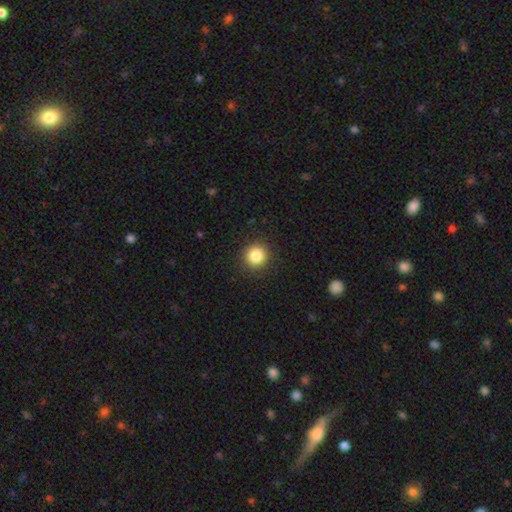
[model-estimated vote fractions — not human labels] The model was most divided on "smooth or featured": smooth: 85%, star or artifact: 10%, featured or disk: 5%. More confident: how rounded — round (93%); merging — none (90%).